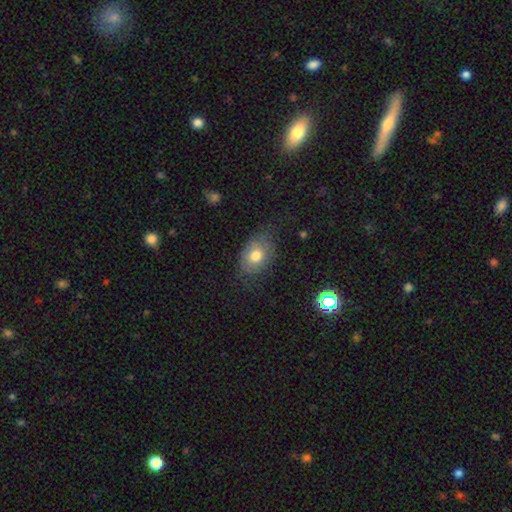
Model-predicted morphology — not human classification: smooth 71%, featured or disk 19%, star or artifact 10%. Down the decision tree: how rounded — in between (74%); merging — none (63%).